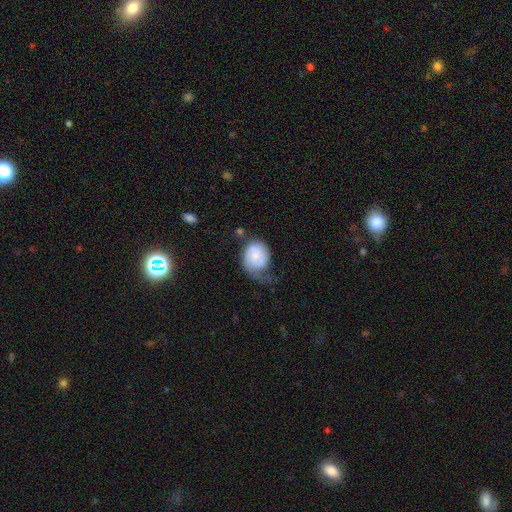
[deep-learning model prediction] The model was most divided on "merging": major disturbance: 38%, minor disturbance: 32%, none: 25%, merger: 5%. More confident: smooth or featured — smooth (56%); how rounded — round (55%).